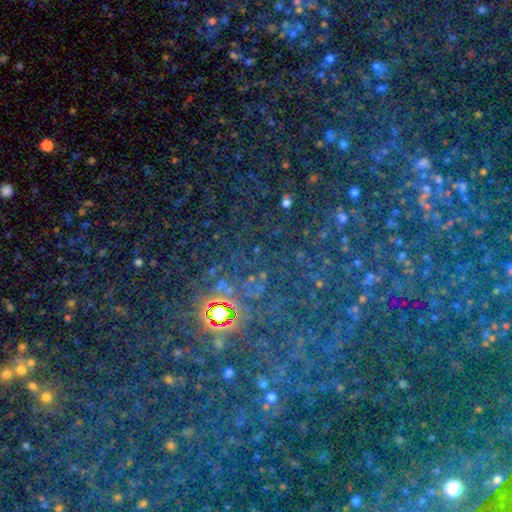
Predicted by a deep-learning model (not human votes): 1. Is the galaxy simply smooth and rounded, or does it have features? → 78% star or artifact, 13% smooth, 9% featured or disk.